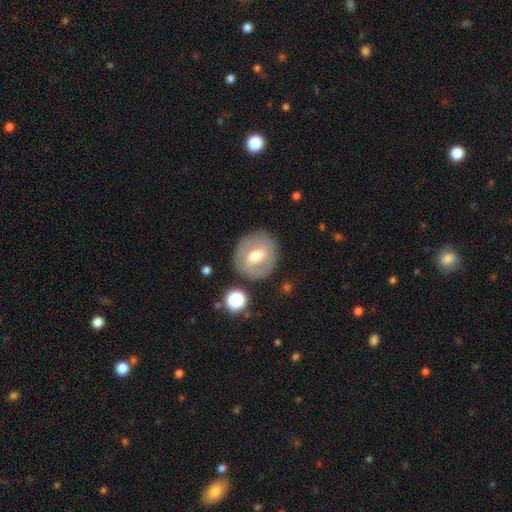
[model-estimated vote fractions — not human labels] Q: Smooth or featured?
A: featured or disk (53%); runner-up: smooth (39%)
Q: Edge-on disk?
A: no (95%); runner-up: yes (5%)
Q: Bar?
A: weak (48%); runner-up: no (29%)
Q: Spiral arms?
A: no (54%); runner-up: yes (46%)
Q: Bulge size?
A: moderate (72%); runner-up: small (18%)
Q: Merging?
A: none (82%); runner-up: minor disturbance (11%)